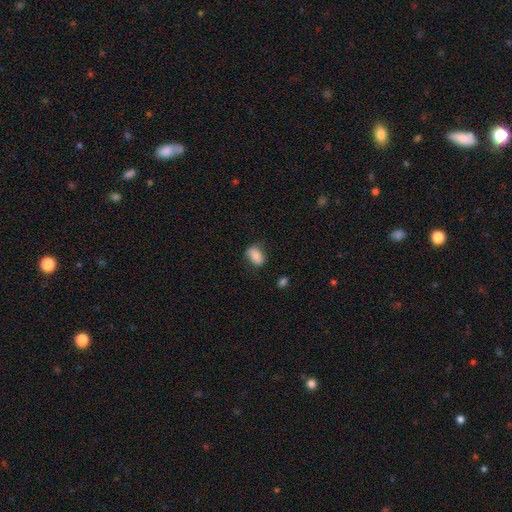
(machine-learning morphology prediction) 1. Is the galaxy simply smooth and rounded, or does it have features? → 79% smooth, 14% featured or disk, 8% star or artifact.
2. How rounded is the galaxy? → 82% in between, 16% round, 2% cigar-shaped.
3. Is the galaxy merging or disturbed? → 71% none, 22% minor disturbance, 5% major disturbance, 2% merger.